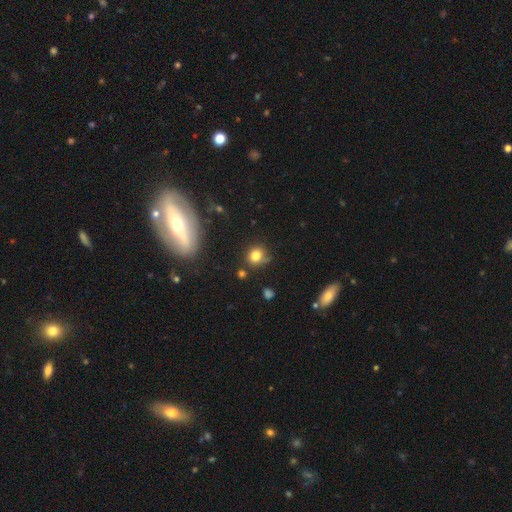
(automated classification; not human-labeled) Morphology: type=smooth (79%); roundness=round (83%); merging=none (72%).